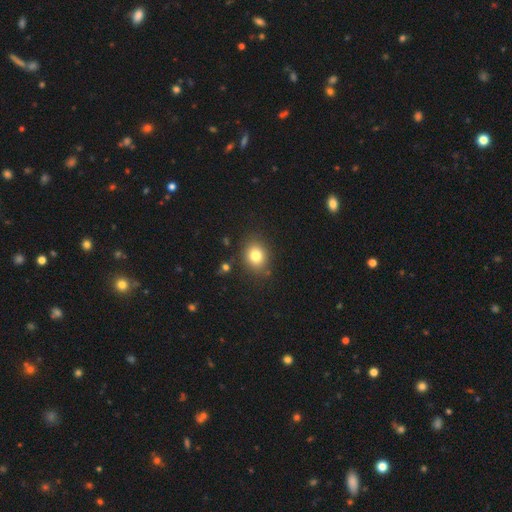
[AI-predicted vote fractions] Morphology: type=smooth (79%); roundness=round (62%); merging=none (84%).